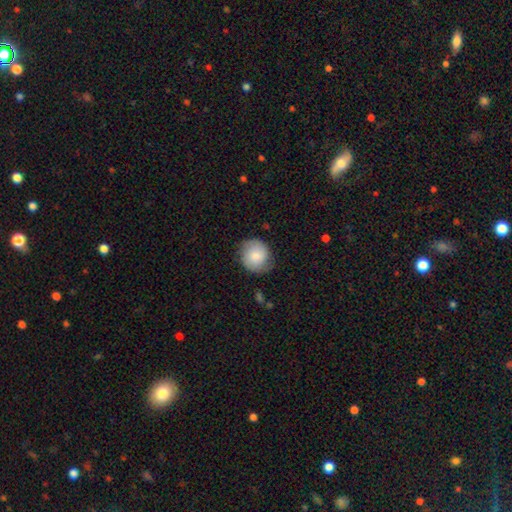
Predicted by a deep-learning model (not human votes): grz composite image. It shows a smooth galaxy with no disk features (73%) that is round (84%). Merging: none (72%).